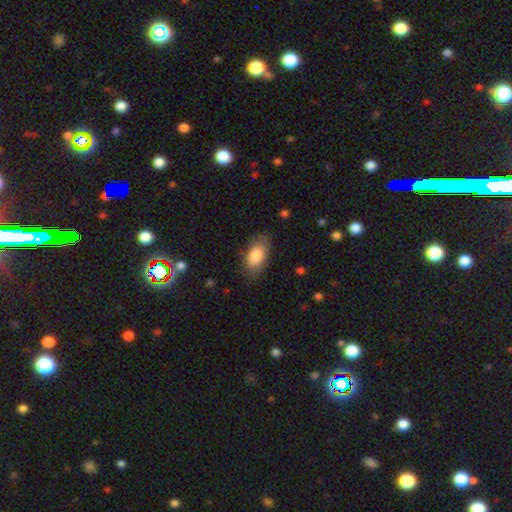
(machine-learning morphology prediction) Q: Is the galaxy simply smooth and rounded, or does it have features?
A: smooth — 84%.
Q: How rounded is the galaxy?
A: in between — 92%.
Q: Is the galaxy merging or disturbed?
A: none — 81%.